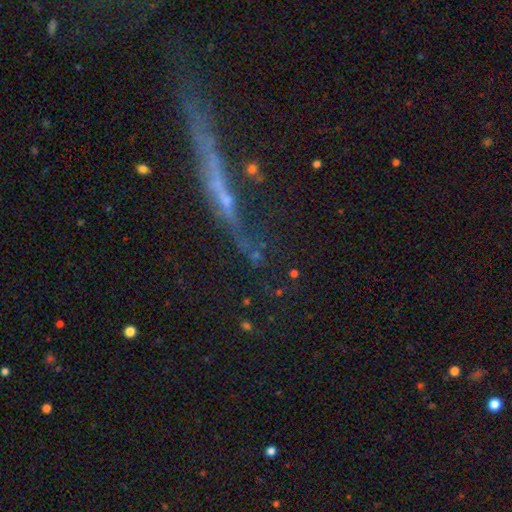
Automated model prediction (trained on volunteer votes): star or artifact 39%, featured or disk 33%, smooth 29%.